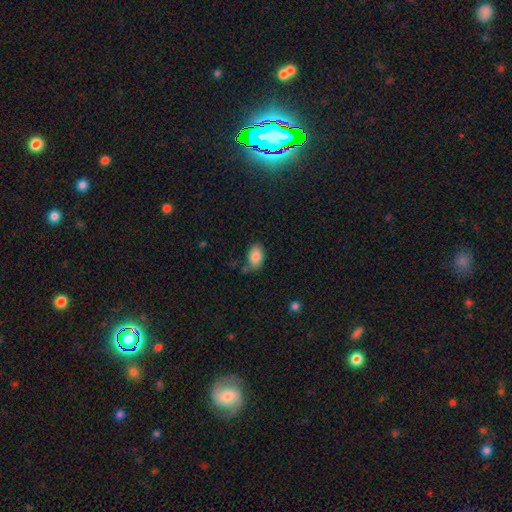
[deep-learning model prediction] A smooth galaxy with no disk features (85%) that is in between round and cigar-shaped (90%). Merging: none (71%).